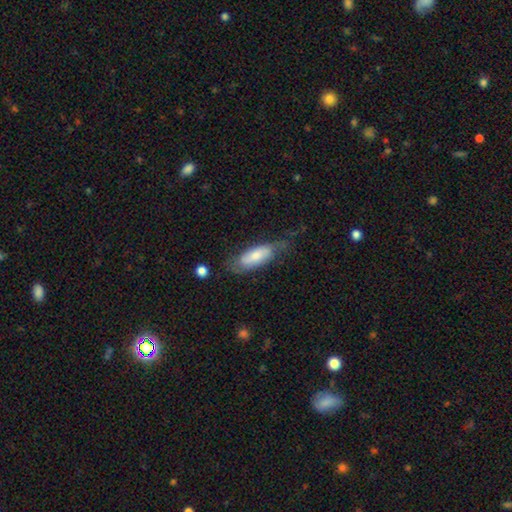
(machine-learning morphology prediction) type=smooth (64%); roundness=in between (73%); merging=none (52%).